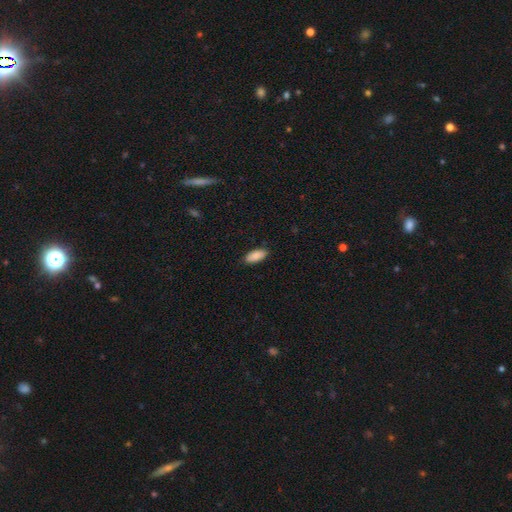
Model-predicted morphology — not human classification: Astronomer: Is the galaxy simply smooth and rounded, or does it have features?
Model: smooth — 89%.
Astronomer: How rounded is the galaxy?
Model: in between — 88%.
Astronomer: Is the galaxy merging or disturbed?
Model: none — 87%.